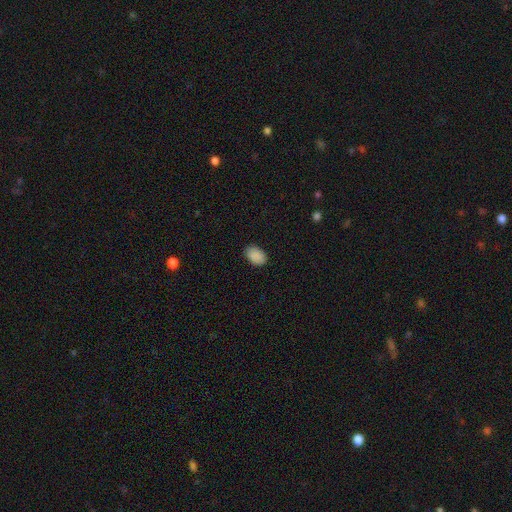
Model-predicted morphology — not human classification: smooth_or_featured: smooth (p=0.90) [alt: star or artifact p=0.08]
how_rounded: in between (p=0.86) [alt: round p=0.13]
merging: none (p=0.87) [alt: minor disturbance p=0.10]